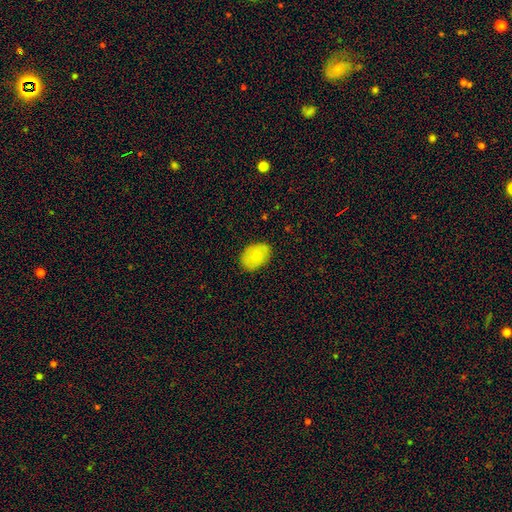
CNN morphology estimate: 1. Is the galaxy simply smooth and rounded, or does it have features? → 80% smooth, 14% featured or disk, 7% star or artifact.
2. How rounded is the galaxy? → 78% in between, 21% round, 1% cigar-shaped.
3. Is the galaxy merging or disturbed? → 84% none, 12% minor disturbance, 3% major disturbance, 1% merger.